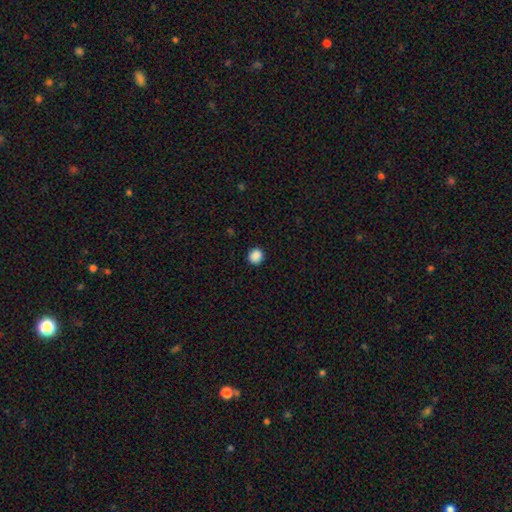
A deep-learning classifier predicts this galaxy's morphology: Smooth or featured? smooth (88%)
How rounded? round (83%)
Merging? none (91%)